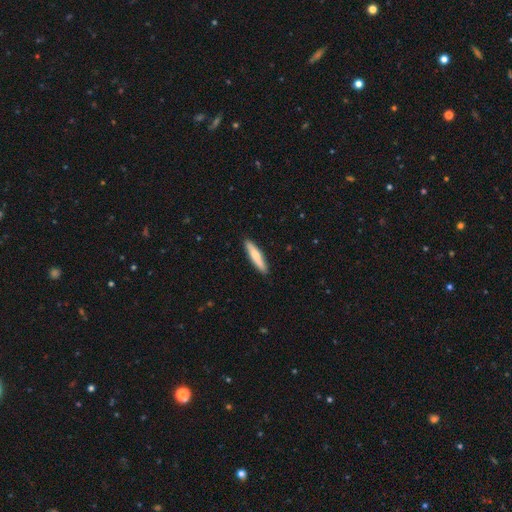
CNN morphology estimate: The model was most divided on "smooth or featured": smooth: 71%, featured or disk: 24%, star or artifact: 5%. More confident: merging — none (90%); how rounded — cigar-shaped (86%).